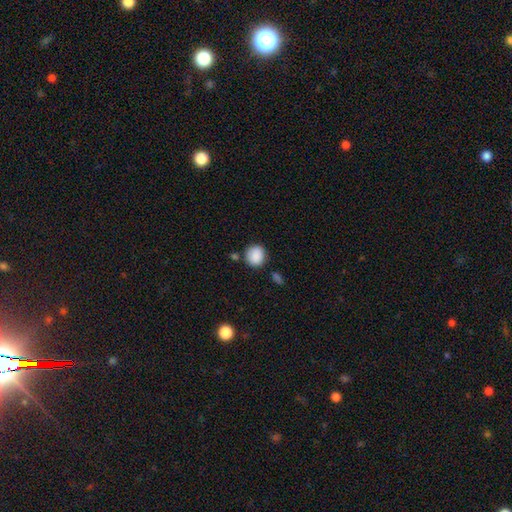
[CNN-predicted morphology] smooth_or_featured: smooth (p=0.88) [alt: star or artifact p=0.08]
how_rounded: round (p=0.81) [alt: in between p=0.18]
merging: none (p=0.76) [alt: minor disturbance p=0.14]